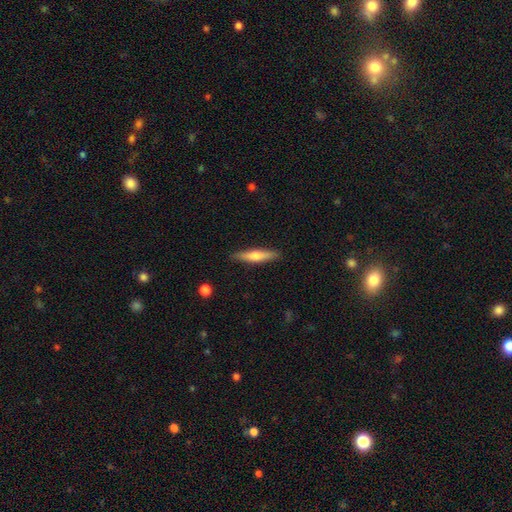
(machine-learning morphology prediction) smooth_or_featured: smooth (p=0.53) [alt: featured or disk p=0.41]
how_rounded: cigar-shaped (p=0.87) [alt: in between p=0.12]
merging: none (p=0.90) [alt: minor disturbance p=0.08]